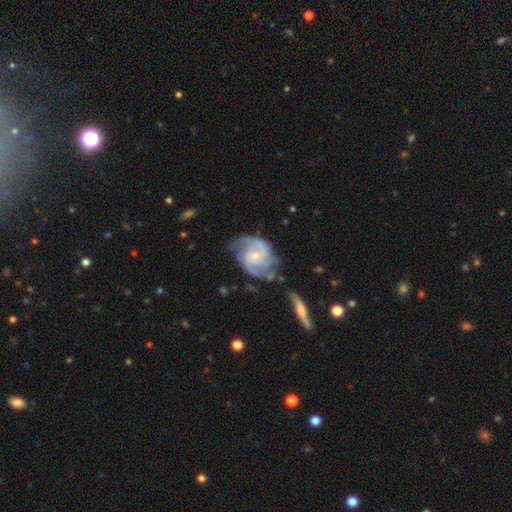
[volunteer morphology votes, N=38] smooth_or_featured: featured or disk (p=0.92) [alt: star or artifact p=0.05]
disk_edge_on: no (p=1.00)
bar: no (p=0.80) [alt: weak p=0.17]
has_spiral_arms: yes (p=1.00)
spiral_winding: medium (p=0.43) [alt: tight p=0.37]
spiral_arm_count: 2 (p=0.71) [alt: can't tell p=0.14]
bulge_size: small (p=0.69) [alt: moderate p=0.31]
merging: none (p=0.78) [alt: minor disturbance p=0.14]